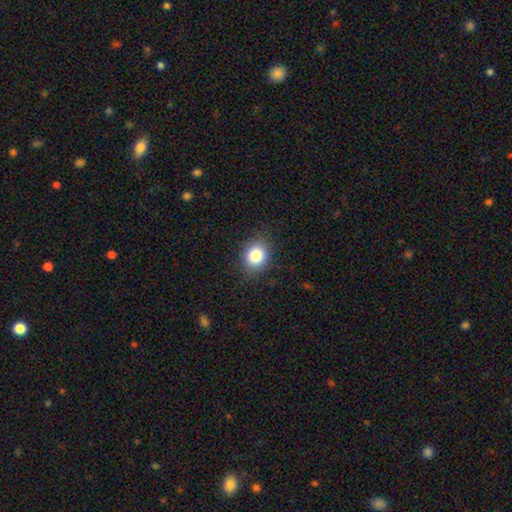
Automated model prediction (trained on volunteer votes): This is clearly a smooth galaxy (84%). How rounded: possibly round (59%). Merging: clearly none (86%).